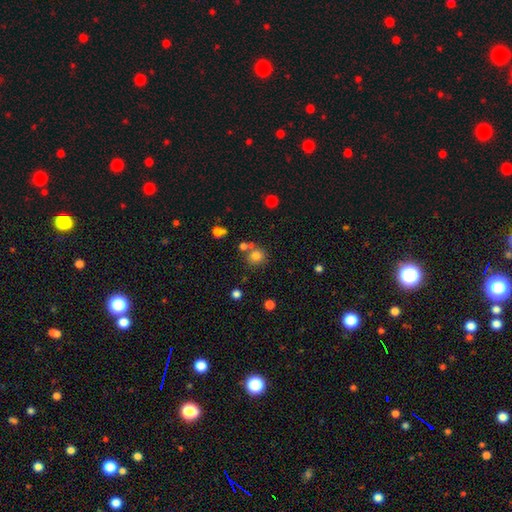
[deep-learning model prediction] smooth-or-featured: smooth: 78% | star or artifact: 14% | featured or disk: 8%
  how-rounded: round: 87% | in between: 12% | cigar-shaped: 1%
  merging: none: 67% | merger: 19% | minor disturbance: 10% | major disturbance: 4%